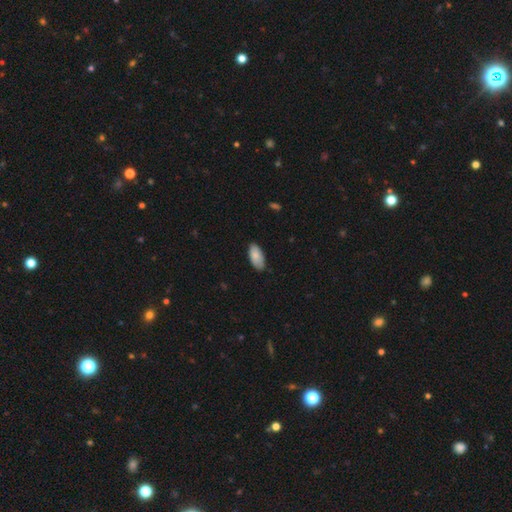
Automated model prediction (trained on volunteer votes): A smooth galaxy with no disk features (84%) that is in between round and cigar-shaped (92%).

Vote fractions:
- Smooth or featured? smooth: 84% / featured or disk: 10% / star or artifact: 6%
- How rounded? in between: 92% / cigar-shaped: 6% / round: 2%
- Merging? none: 81% / minor disturbance: 16% / major disturbance: 2% / merger: 1%